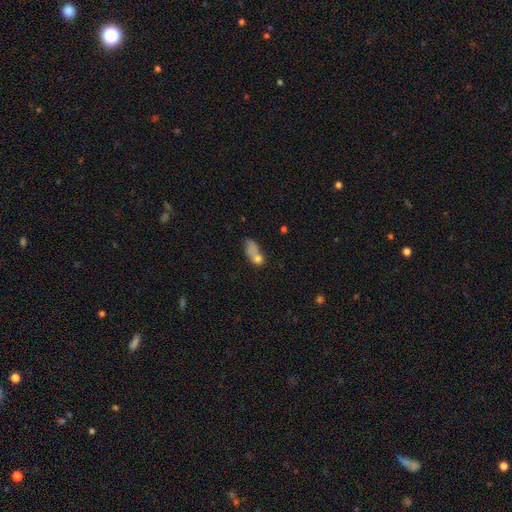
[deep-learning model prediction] smooth_or_featured: smooth (p=0.70) [alt: featured or disk p=0.18]
how_rounded: in between (p=0.72) [alt: round p=0.20]
merging: merger (p=0.39) [alt: none p=0.24]